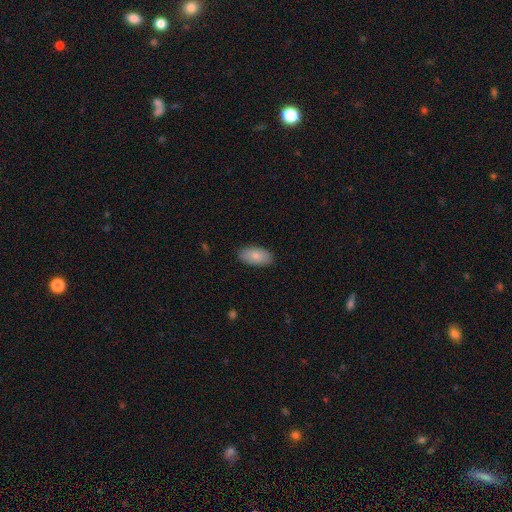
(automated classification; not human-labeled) Smooth or featured?
  - smooth: 83% *
  - featured or disk: 11%
  - star or artifact: 6%
How rounded?
  - in between: 94% *
  - round: 3%
  - cigar-shaped: 3%
Merging?
  - none: 88% *
  - minor disturbance: 9%
  - major disturbance: 2%
  - merger: 1%